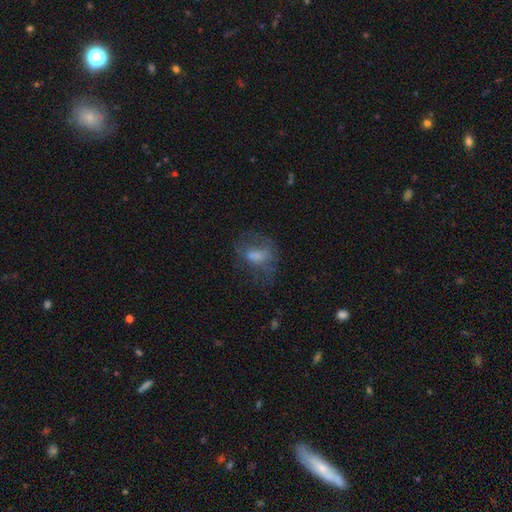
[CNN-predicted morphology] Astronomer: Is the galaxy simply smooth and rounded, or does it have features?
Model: smooth — 47% (runner-up: featured or disk, 38%).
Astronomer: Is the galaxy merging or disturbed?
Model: none — 46% (runner-up: major disturbance, 30%).